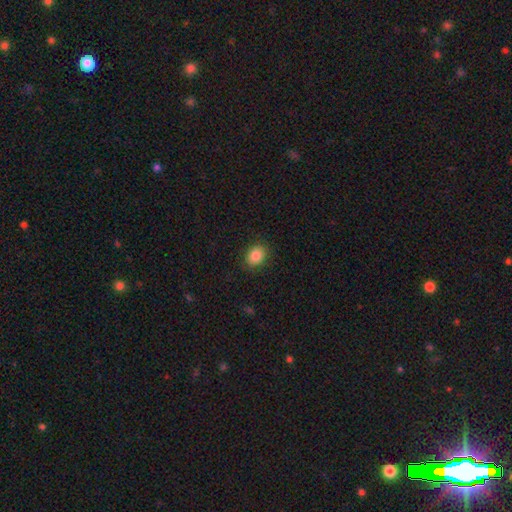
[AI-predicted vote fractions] Overall: smooth (85%). How rounded: in between (62%; round 37%). Merging: none (88%).